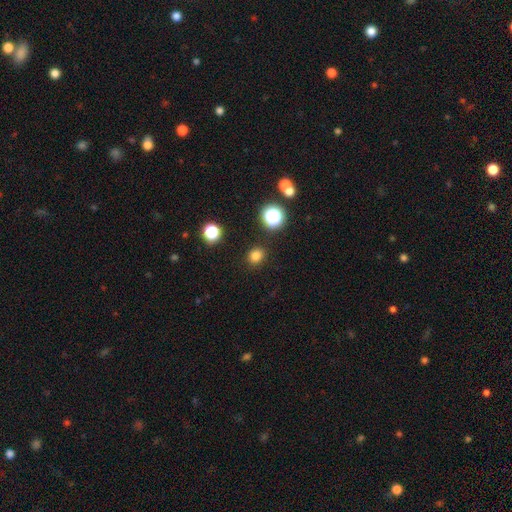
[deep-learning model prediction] The model was most divided on "how rounded": round: 77%, in between: 22%, cigar-shaped: 1%. More confident: merging — none (88%); smooth or featured — smooth (79%).